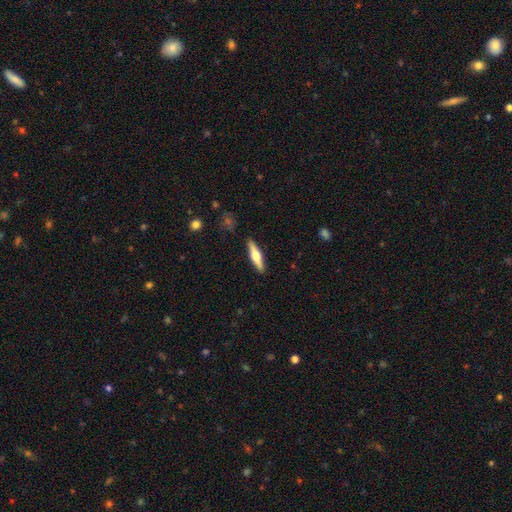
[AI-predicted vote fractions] This is possibly a featured or disk galaxy (56%). It is clearly viewed edge-on (94%). Edge-on bulge: clearly rounded (94%). Merging: clearly none (90%).